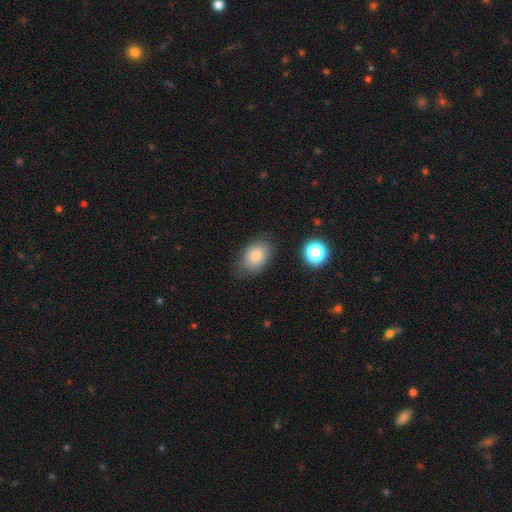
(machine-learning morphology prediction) The model was most divided on "merging": none: 72%, minor disturbance: 20%, major disturbance: 6%, merger: 2%. More confident: smooth or featured — smooth (81%); how rounded — in between (78%).